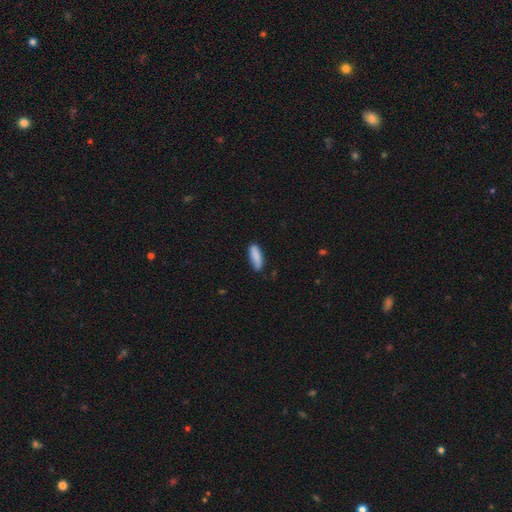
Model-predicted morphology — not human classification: Overall: smooth (88%). How rounded: in between (52%; cigar-shaped 46%). Merging: none (77%).